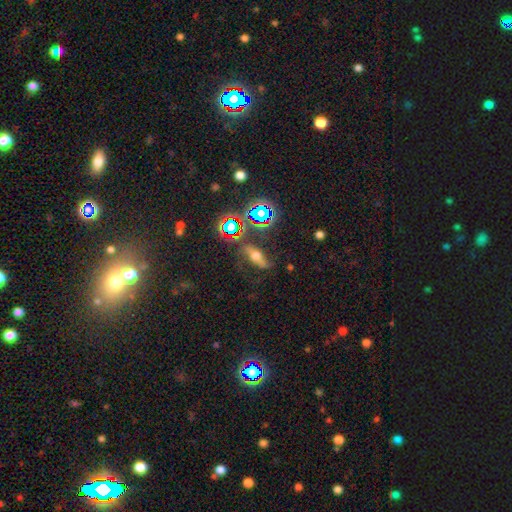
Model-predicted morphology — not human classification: This is marginally a featured or disk galaxy (43%). Merging: likely none (63%).